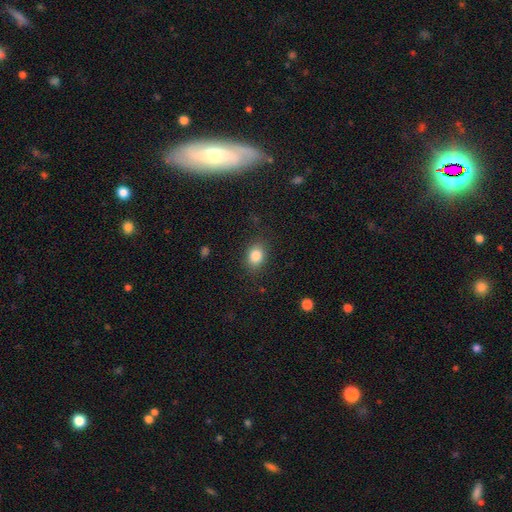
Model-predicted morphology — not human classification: type=smooth (84%); roundness=in between (60%); merging=none (84%).